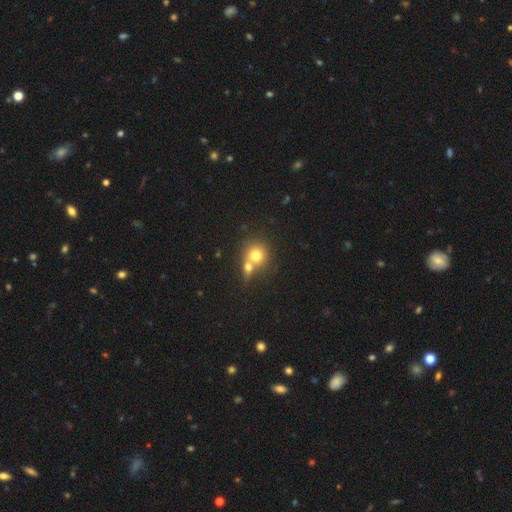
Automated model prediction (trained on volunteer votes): smooth-or-featured: smooth: 73% | featured or disk: 16% | star or artifact: 11%
  how-rounded: round: 84% | in between: 15% | cigar-shaped: 1%
  merging: merger: 56% | none: 34% | minor disturbance: 7% | major disturbance: 3%